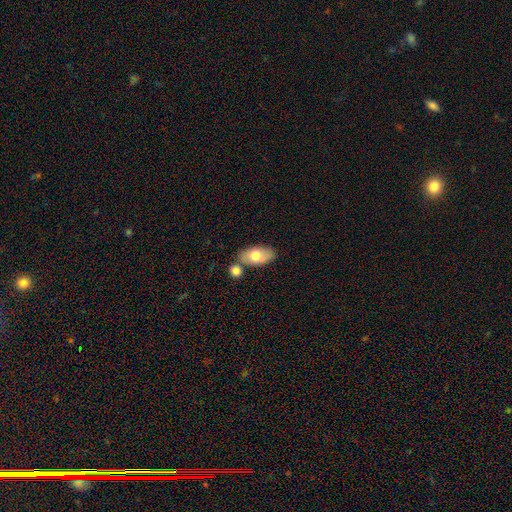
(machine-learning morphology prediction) This appears to be a smooth galaxy with no disk features (69%) that is in between round and cigar-shaped (92%). Merging: none (62%).